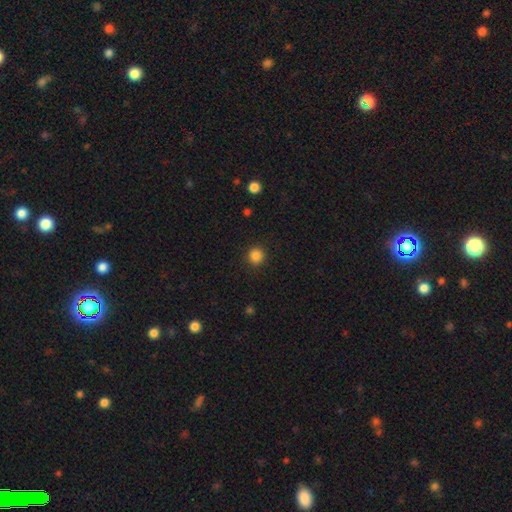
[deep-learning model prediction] A smooth galaxy with no disk features (85%) that is round (93%).

Vote fractions:
- Smooth or featured? smooth: 85% / star or artifact: 11% / featured or disk: 4%
- How rounded? round: 93% / in between: 6% / cigar-shaped: 1%
- Merging? none: 92% / minor disturbance: 5% / major disturbance: 2% / merger: 1%